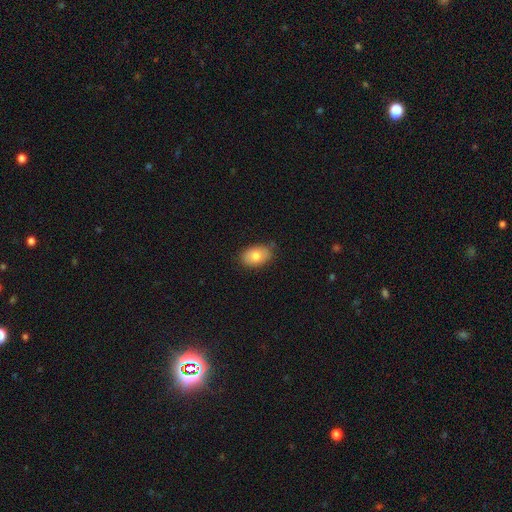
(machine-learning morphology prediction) This is likely a smooth galaxy (79%). How rounded: clearly in between (88%). Merging: clearly none (80%).